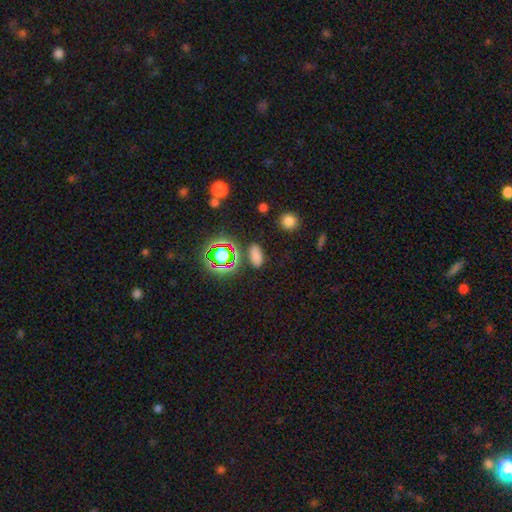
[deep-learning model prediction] smooth_or_featured: smooth (p=0.70) [alt: star or artifact p=0.25]
how_rounded: in between (p=0.87) [alt: round p=0.07]
merging: none (p=0.81) [alt: minor disturbance p=0.11]